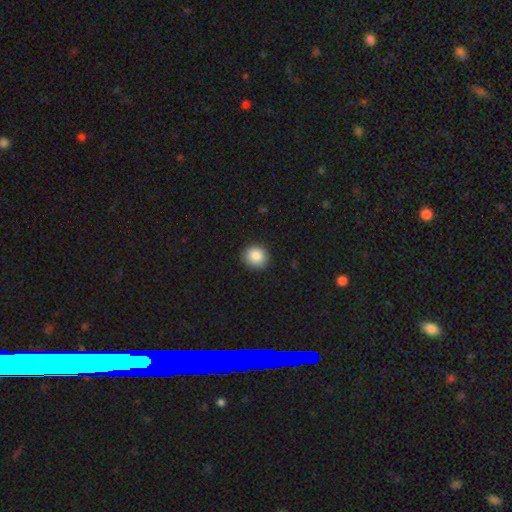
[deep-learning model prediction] Overall: smooth (88%). How rounded: round (83%). Merging: none (89%).